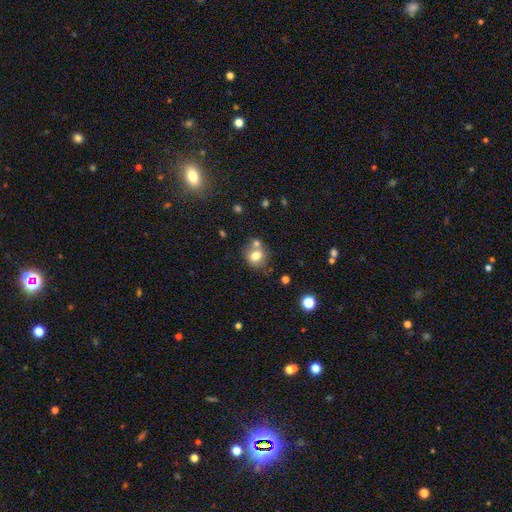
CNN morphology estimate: Smooth or featured?
  - smooth: 75% *
  - featured or disk: 14%
  - star or artifact: 11%
How rounded?
  - round: 72% *
  - in between: 27%
  - cigar-shaped: 1%
Merging?
  - none: 53% *
  - merger: 31%
  - minor disturbance: 12%
  - major disturbance: 4%